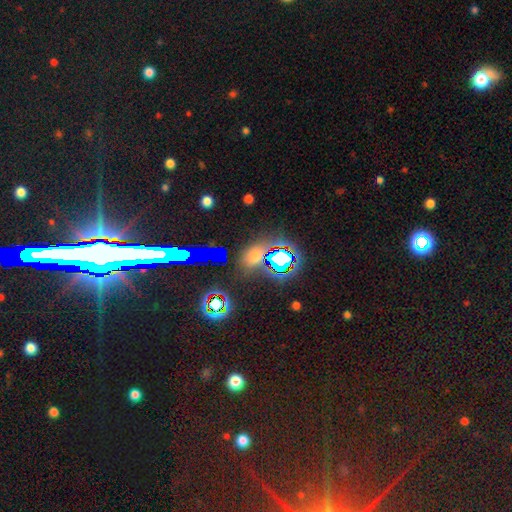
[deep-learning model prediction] star or artifact 47%, smooth 39%, featured or disk 14%.